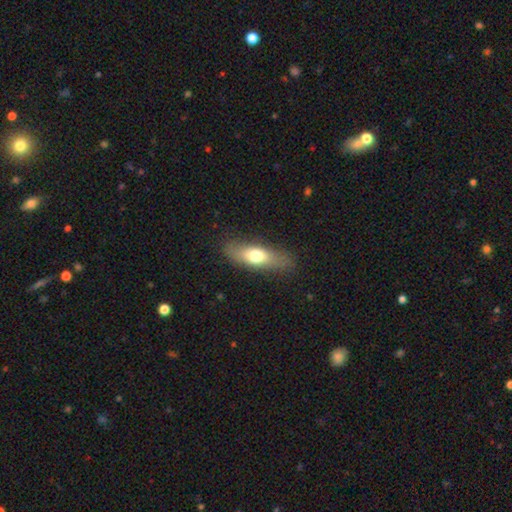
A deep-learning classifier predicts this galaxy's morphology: Smooth or featured? smooth (65%)
How rounded? in between (58%)
Merging? none (78%)